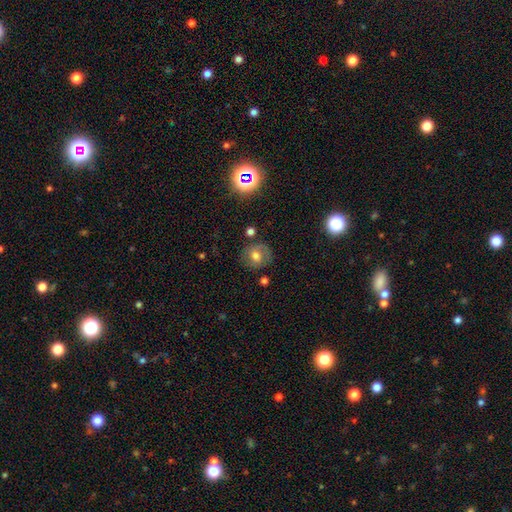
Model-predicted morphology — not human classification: smooth-or-featured: smooth: 58% | featured or disk: 29% | star or artifact: 13%
  how-rounded: round: 81% | in between: 18% | cigar-shaped: 1%
  merging: none: 75% | minor disturbance: 15% | major disturbance: 6% | merger: 3%